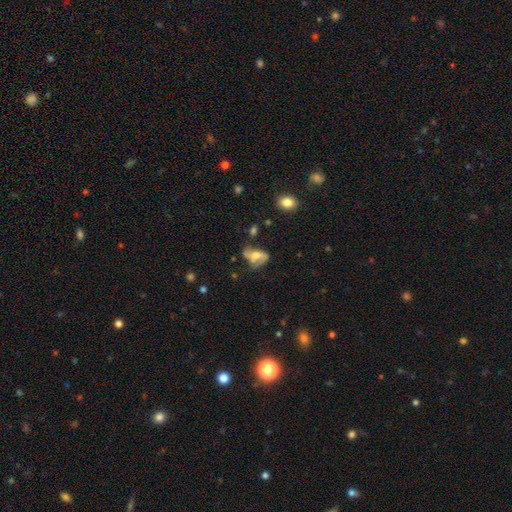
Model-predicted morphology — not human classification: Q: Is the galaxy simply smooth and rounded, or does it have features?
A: featured or disk — 66%.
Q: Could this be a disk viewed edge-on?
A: no — 94%.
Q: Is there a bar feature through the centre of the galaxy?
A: no — 46%.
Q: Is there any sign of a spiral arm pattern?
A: yes — 79%.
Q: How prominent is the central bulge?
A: moderate — 62%.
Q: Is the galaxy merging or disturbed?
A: none — 45%.